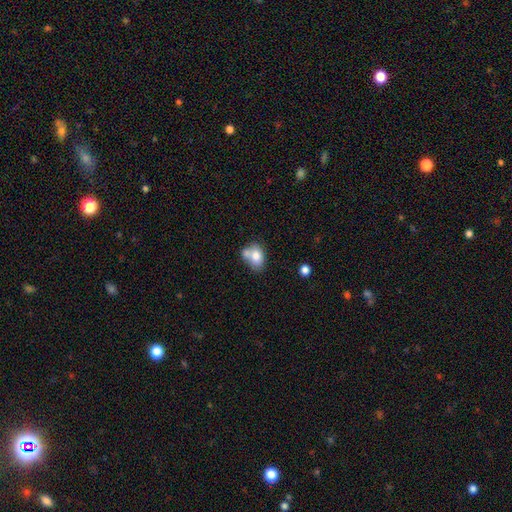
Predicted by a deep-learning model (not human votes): A smooth galaxy with no disk features (75%) that is in between round and cigar-shaped (68%).

Vote fractions:
- Smooth or featured? smooth: 75% / featured or disk: 17% / star or artifact: 9%
- How rounded? in between: 68% / round: 31% / cigar-shaped: 1%
- Merging? merger: 44% / none: 35% / minor disturbance: 15% / major disturbance: 6%